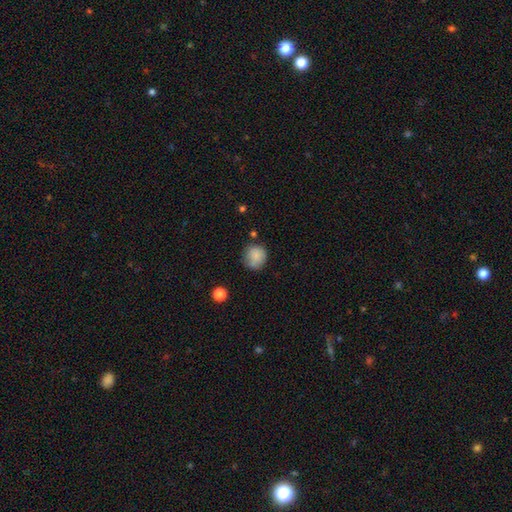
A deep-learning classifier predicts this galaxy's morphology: Q: Smooth or featured?
A: smooth (83%); runner-up: star or artifact (9%)
Q: How rounded?
A: round (87%); runner-up: in between (12%)
Q: Merging?
A: none (67%); runner-up: minor disturbance (22%)